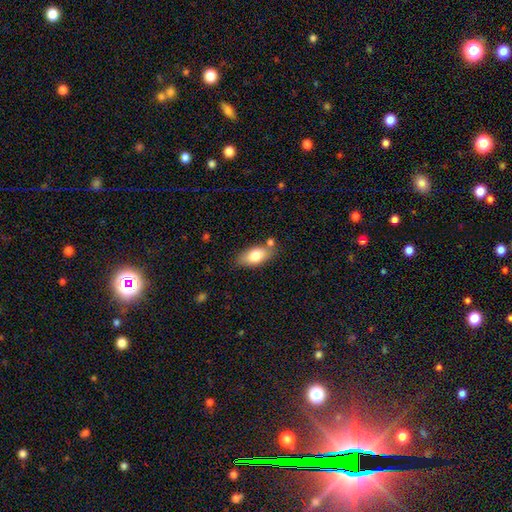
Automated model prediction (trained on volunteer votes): smooth_or_featured: smooth (p=0.78) [alt: featured or disk p=0.15]
how_rounded: in between (p=0.89) [alt: cigar-shaped p=0.07]
merging: none (p=0.71) [alt: minor disturbance p=0.16]